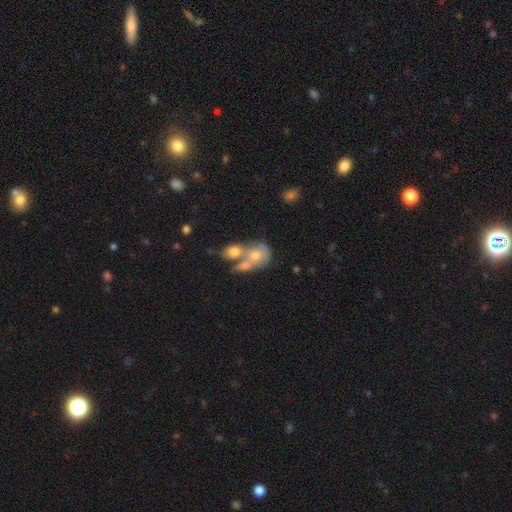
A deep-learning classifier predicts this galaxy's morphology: Overall: smooth (60%; featured or disk 31%). How rounded: in between (54%; round 43%). Merging: merger (67%).